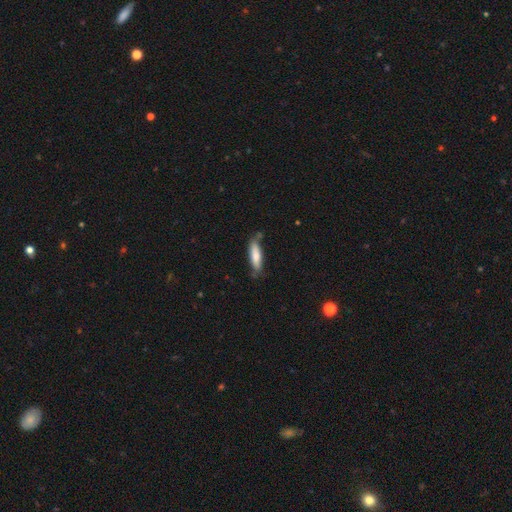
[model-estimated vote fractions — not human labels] Overall: smooth (74%). How rounded: cigar-shaped (68%; in between 30%). Merging: none (70%).